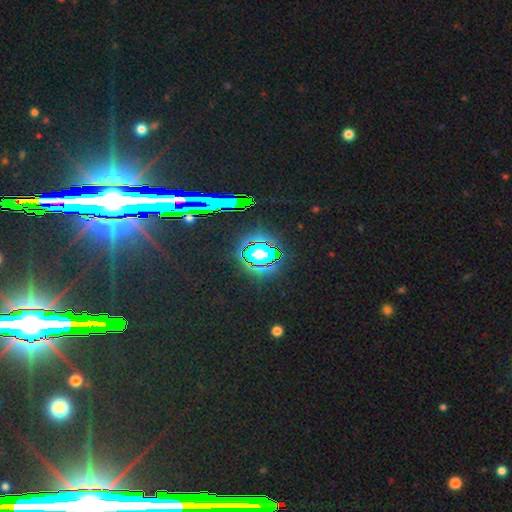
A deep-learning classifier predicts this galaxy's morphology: Smooth or featured: star or artifact — 83% (featured or disk — 9%)